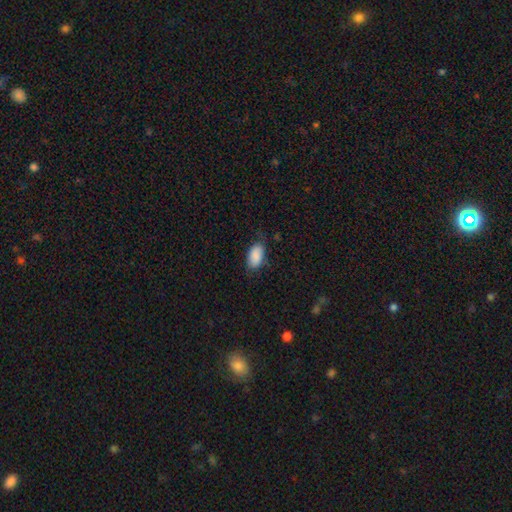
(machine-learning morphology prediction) This appears to be a smooth galaxy with no disk features (88%) that is in between round and cigar-shaped (94%). Merging: none (72%).